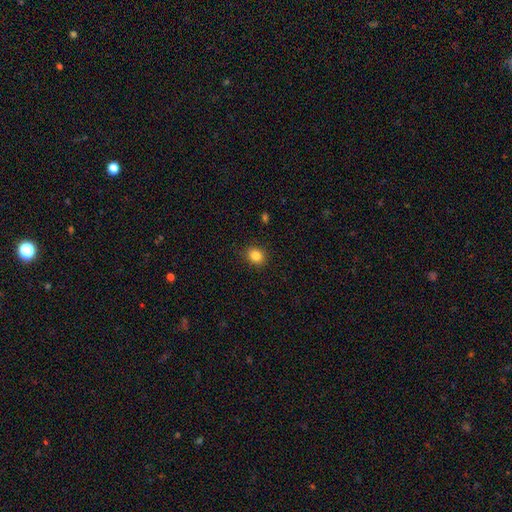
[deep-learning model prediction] smooth_or_featured: smooth (p=0.84) [alt: star or artifact p=0.11]
how_rounded: round (p=0.71) [alt: in between p=0.28]
merging: none (p=0.90) [alt: minor disturbance p=0.07]